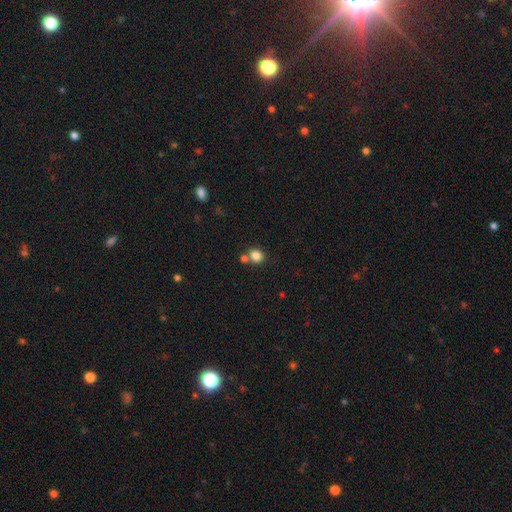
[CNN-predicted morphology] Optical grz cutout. It shows a smooth galaxy with no disk features (83%) that is round (81%). Merging: none (64%).